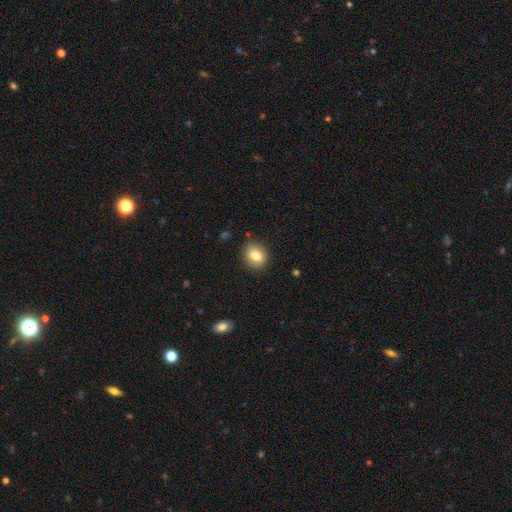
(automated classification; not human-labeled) Smooth or featured: smooth — 80% (featured or disk — 11%)
How rounded: round — 62% (in between — 37%)
Merging: none — 85% (minor disturbance — 11%)